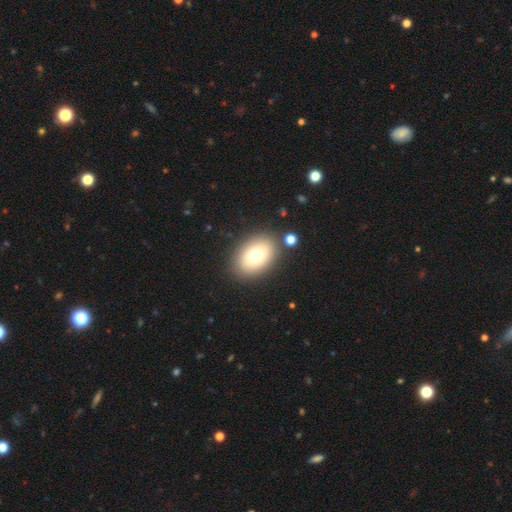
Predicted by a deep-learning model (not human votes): Overall: smooth (75%). How rounded: in between (80%). Merging: none (84%).